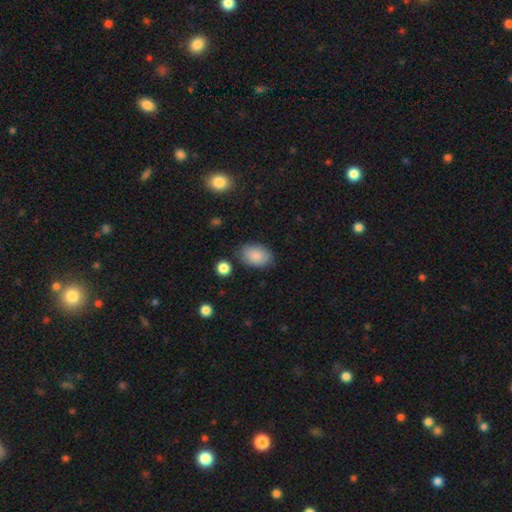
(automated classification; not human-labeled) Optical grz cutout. It shows a smooth galaxy with no disk features (88%) that is in between round and cigar-shaped (89%). Merging: none (80%).